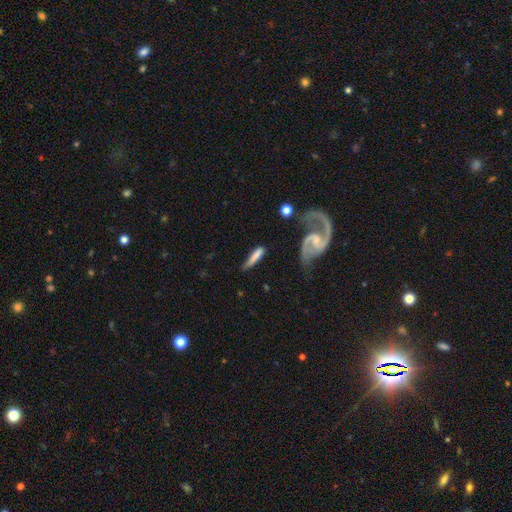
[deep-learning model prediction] Smooth or featured? Predicted: smooth (p=0.61). How rounded? Predicted: cigar-shaped (p=0.76). Merging? Predicted: none (p=0.61).